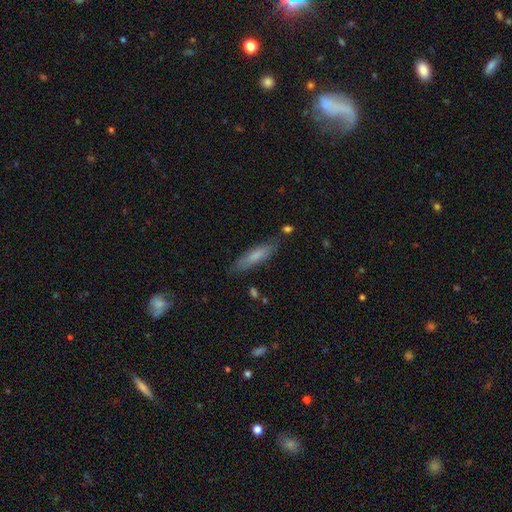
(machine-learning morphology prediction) Smooth or featured?
  - smooth: 72% *
  - featured or disk: 21%
  - star or artifact: 6%
How rounded?
  - cigar-shaped: 74% *
  - in between: 24%
  - round: 1%
Merging?
  - none: 81% *
  - minor disturbance: 13%
  - major disturbance: 3%
  - merger: 3%